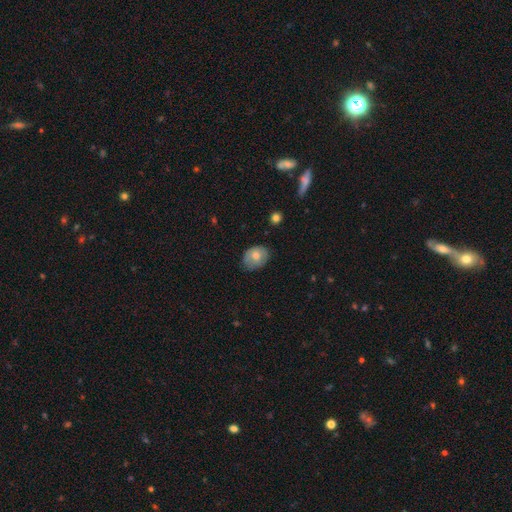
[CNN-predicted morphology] Overall: smooth (73%). How rounded: in between (63%; round 36%). Merging: none (65%; minor disturbance 29%).